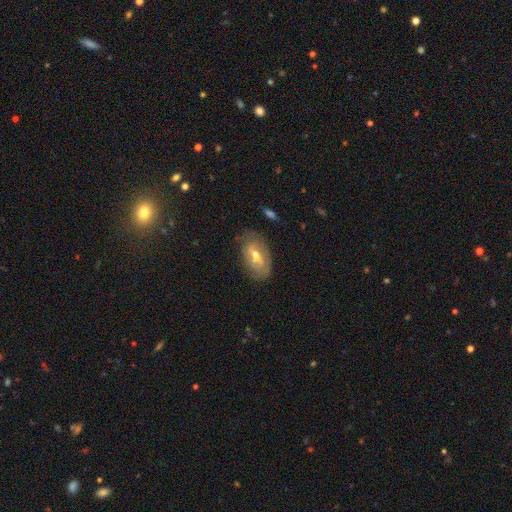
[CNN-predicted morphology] smooth-or-featured: featured or disk: 49% | smooth: 40% | star or artifact: 11%
  merging: none: 74% | minor disturbance: 19% | major disturbance: 5% | merger: 2%